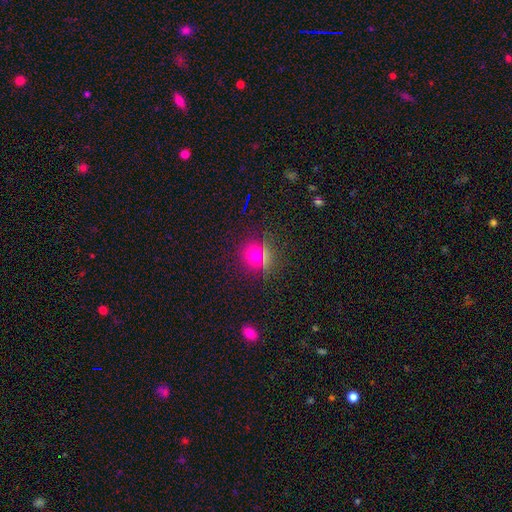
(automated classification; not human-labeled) Smooth or featured? Predicted: smooth (p=0.66). How rounded? Predicted: round (p=0.92). Merging? Predicted: none (p=0.86).